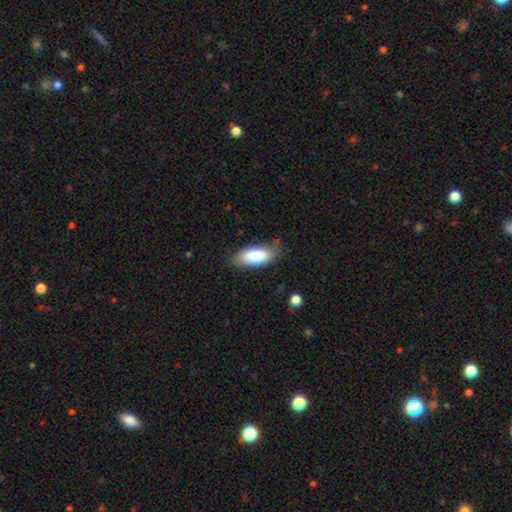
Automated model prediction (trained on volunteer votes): Smooth or featured?
  - smooth: 85% *
  - featured or disk: 9%
  - star or artifact: 6%
How rounded?
  - in between: 83% *
  - cigar-shaped: 16%
  - round: 2%
Merging?
  - none: 70% *
  - minor disturbance: 23%
  - major disturbance: 5%
  - merger: 2%